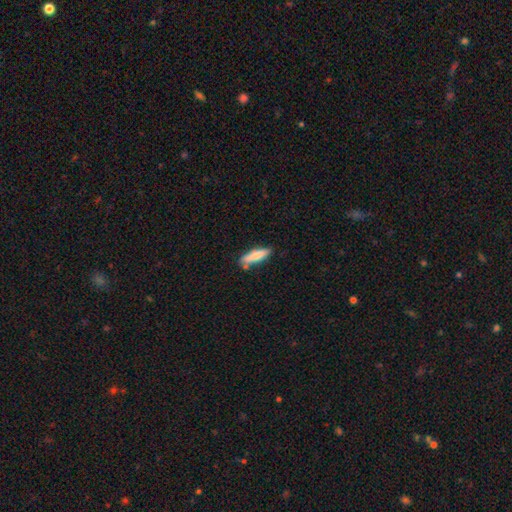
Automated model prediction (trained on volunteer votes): smooth_or_featured: smooth (p=0.80) [alt: featured or disk p=0.14]
how_rounded: cigar-shaped (p=0.72) [alt: in between p=0.26]
merging: none (p=0.69) [alt: minor disturbance p=0.20]